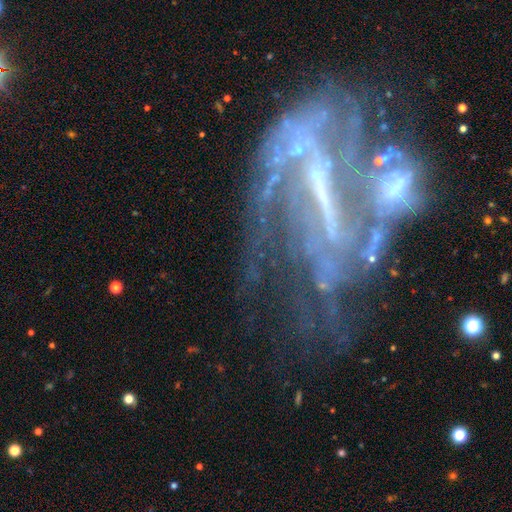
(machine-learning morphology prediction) smooth-or-featured: featured or disk: 79% | star or artifact: 13% | smooth: 8%
  disk-edge-on: no: 94% | yes: 6%
    bar: strong: 50% | weak: 28% | no: 22%
    has-spiral-arms: yes: 65% | no: 35%
    bulge-size: none: 45% | small: 37% | moderate: 14% | large: 2% | dominant: 2%
  merging: major disturbance: 33% | merger: 27% | none: 25% | minor disturbance: 15%